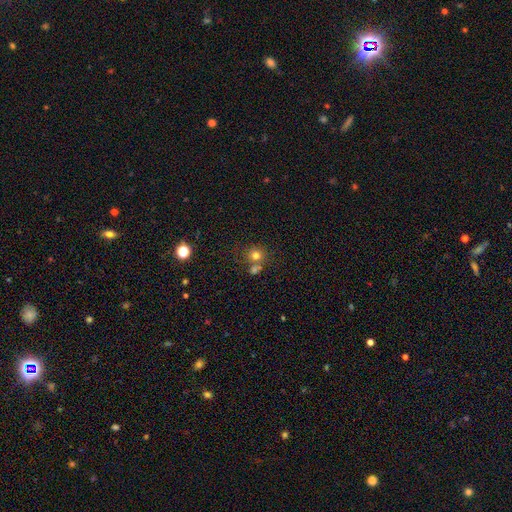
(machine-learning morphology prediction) smooth_or_featured: smooth (p=0.75) [alt: star or artifact p=0.15]
how_rounded: round (p=0.83) [alt: in between p=0.16]
merging: none (p=0.56) [alt: merger p=0.30]